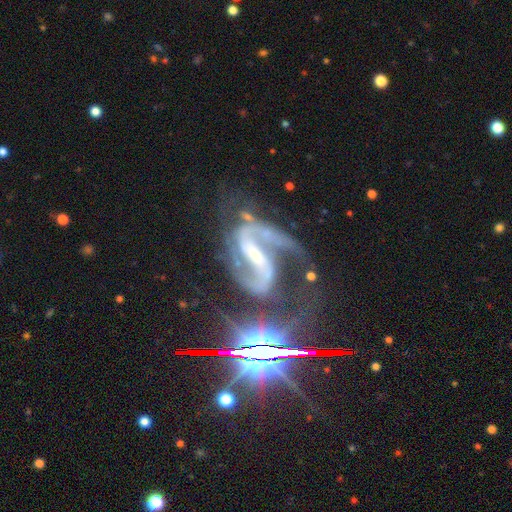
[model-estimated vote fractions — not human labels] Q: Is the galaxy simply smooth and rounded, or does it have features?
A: featured or disk — 88%.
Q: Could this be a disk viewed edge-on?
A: no — 97%.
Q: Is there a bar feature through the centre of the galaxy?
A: strong — 64%.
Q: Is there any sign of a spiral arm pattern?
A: yes — 98%.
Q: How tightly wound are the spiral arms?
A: medium — 57%.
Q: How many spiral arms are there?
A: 2 — 91%.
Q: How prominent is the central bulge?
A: small — 61%.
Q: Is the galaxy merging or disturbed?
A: none — 54%.